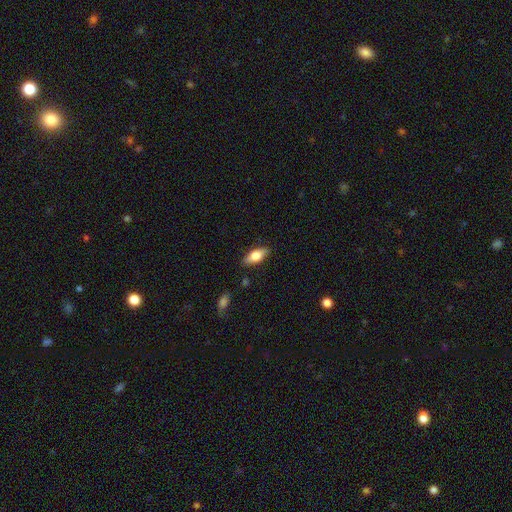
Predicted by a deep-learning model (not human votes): Morphology: type=smooth (68%); roundness=in between (80%); merging=none (86%).